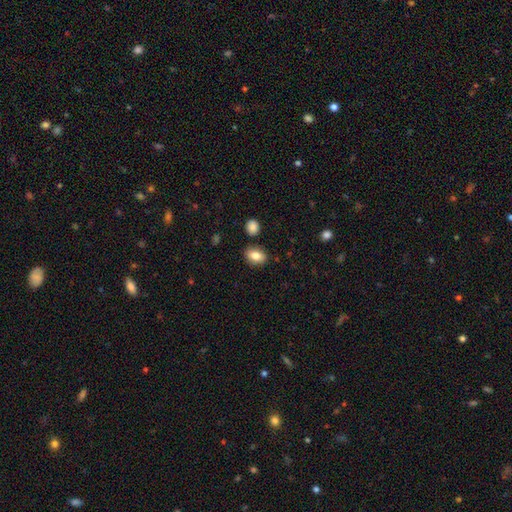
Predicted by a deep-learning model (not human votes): Smooth or featured?
  - smooth: 83% *
  - featured or disk: 9%
  - star or artifact: 8%
How rounded?
  - in between: 77% *
  - round: 21%
  - cigar-shaped: 2%
Merging?
  - none: 83% *
  - minor disturbance: 10%
  - merger: 4%
  - major disturbance: 2%